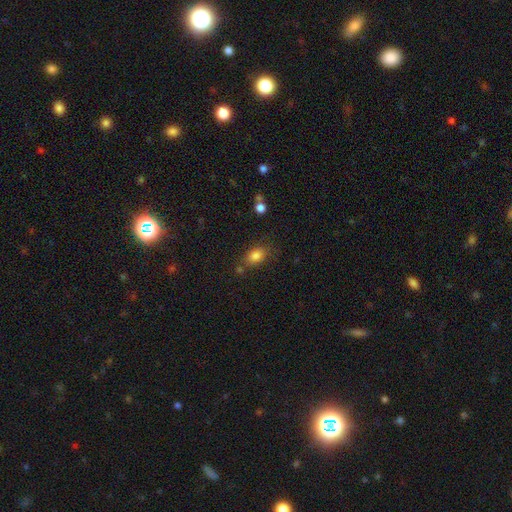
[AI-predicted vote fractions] Morphology: type=smooth (82%); roundness=in between (79%); merging=none (69%).